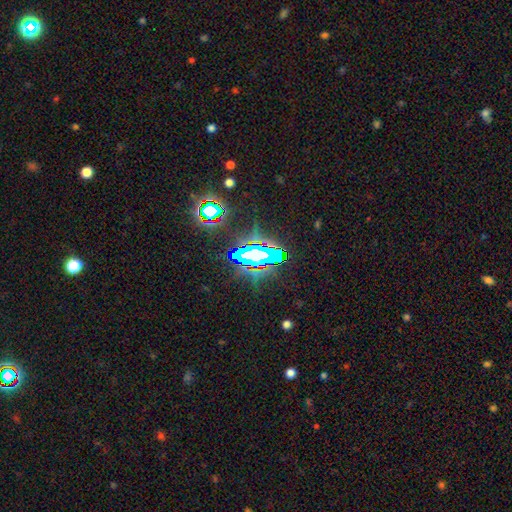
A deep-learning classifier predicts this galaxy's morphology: smooth_or_featured: star or artifact (p=0.68) [alt: smooth p=0.17]